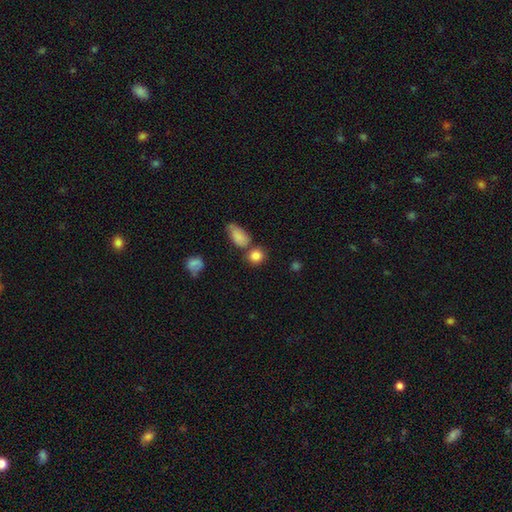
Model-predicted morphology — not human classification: Overall: smooth (85%). How rounded: round (75%). Merging: none (64%).